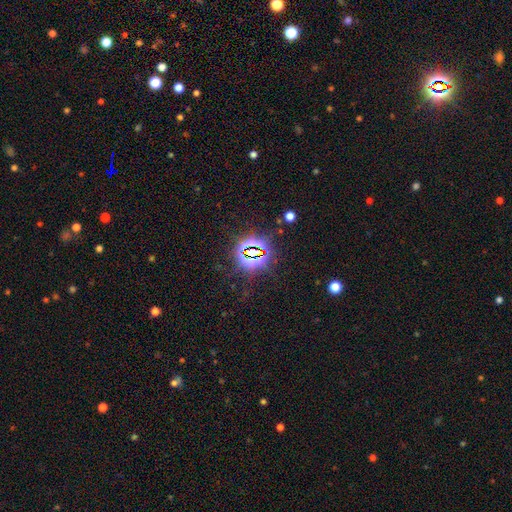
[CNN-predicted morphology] This appears to be a star or artifact, not a galaxy (81%).